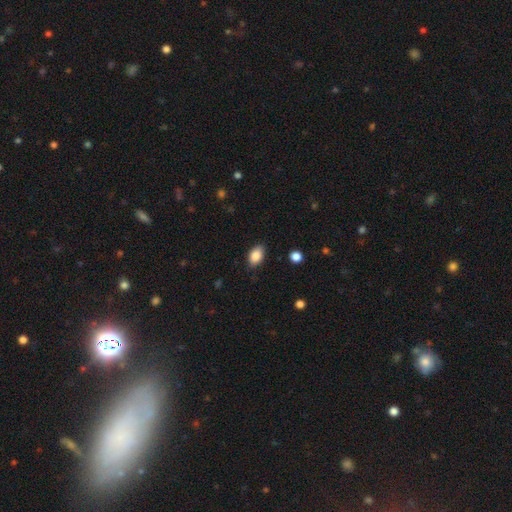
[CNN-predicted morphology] This is clearly a smooth galaxy (88%). How rounded: clearly in between (89%). Merging: clearly none (83%).